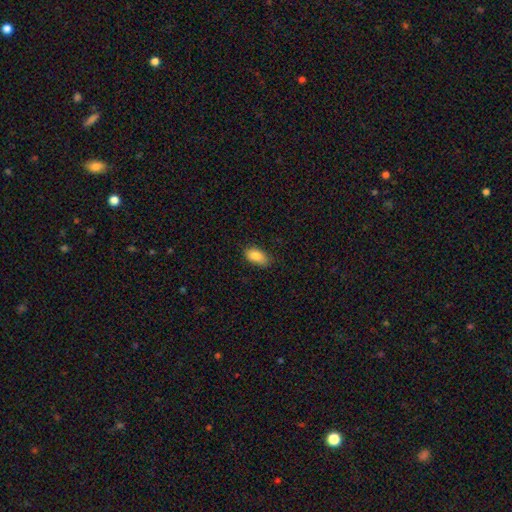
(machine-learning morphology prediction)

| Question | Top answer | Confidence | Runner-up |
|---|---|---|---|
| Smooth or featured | smooth | 86% | star or artifact (8%) |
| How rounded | in between | 92% | round (5%) |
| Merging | none | 79% | minor disturbance (17%) |